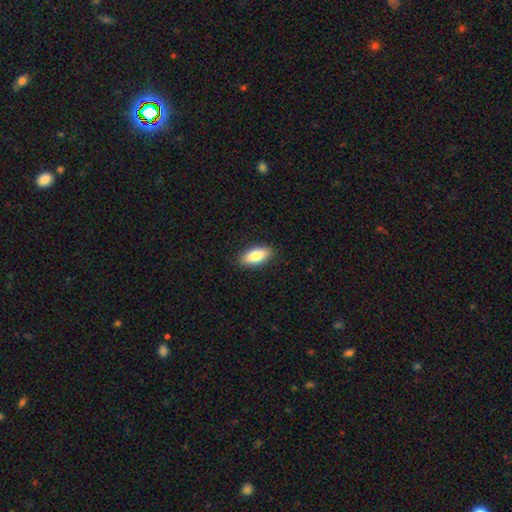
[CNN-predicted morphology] Overall: smooth (82%). How rounded: in between (85%). Merging: none (90%).